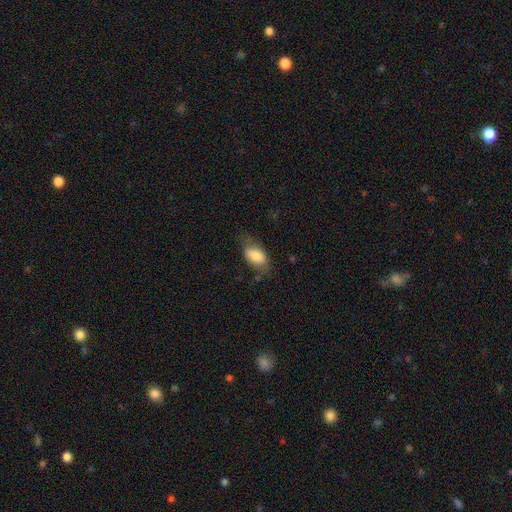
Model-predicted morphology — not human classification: Smooth or featured? smooth (77%)
How rounded? in between (91%)
Merging? none (57%)